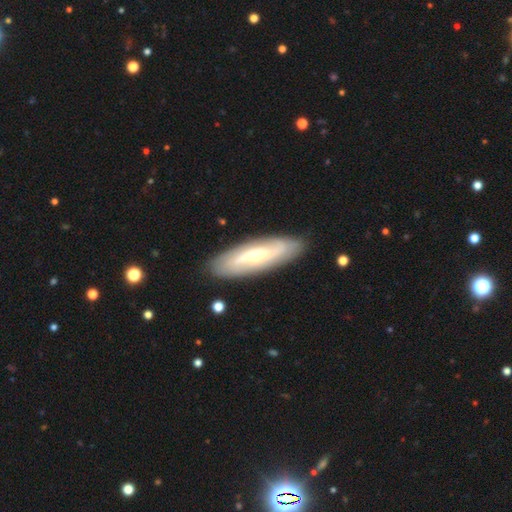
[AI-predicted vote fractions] This appears to be a featured or disk galaxy (67%) with no bar (43%), spiral arms (76%) and a moderate central bulge (58%). Merging: none (87%).